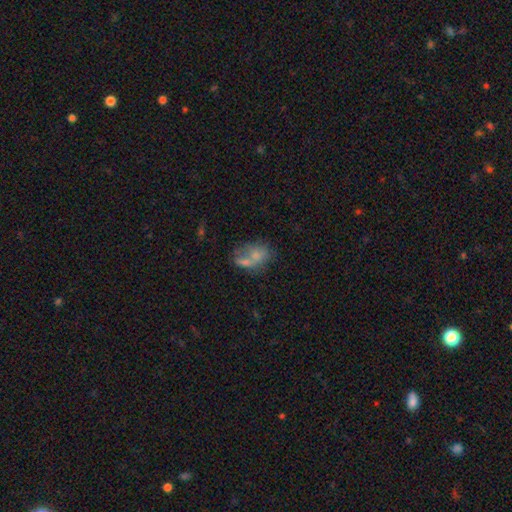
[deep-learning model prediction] Morphology: type=smooth (63%); roundness=in between (70%); merging=merger (45%).